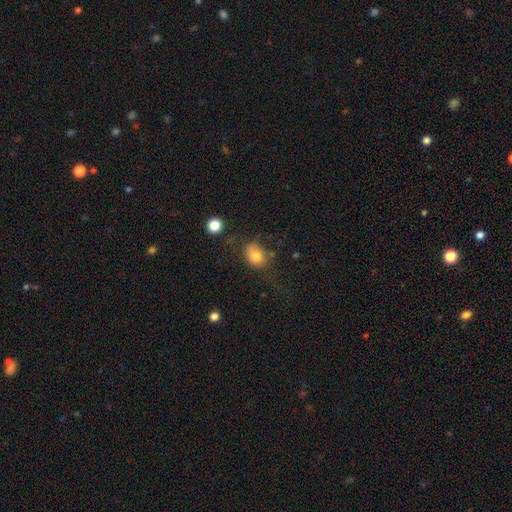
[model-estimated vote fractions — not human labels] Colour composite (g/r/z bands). It shows a smooth galaxy with no disk features (79%) that is in between round and cigar-shaped (60%). Merging: none (61%).